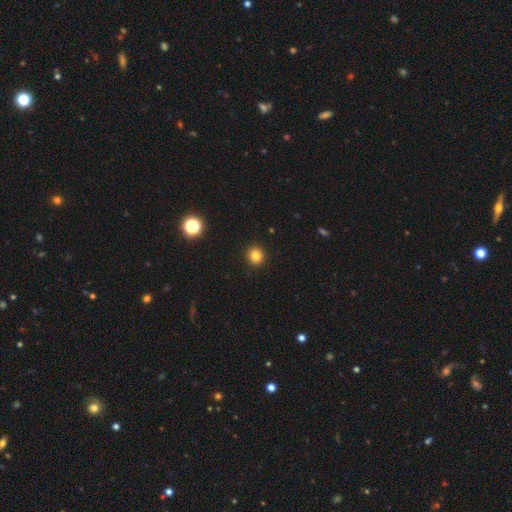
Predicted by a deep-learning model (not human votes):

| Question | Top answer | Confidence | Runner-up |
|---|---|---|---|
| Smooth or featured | smooth | 82% | star or artifact (13%) |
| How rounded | round | 90% | in between (9%) |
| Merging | none | 93% | minor disturbance (5%) |